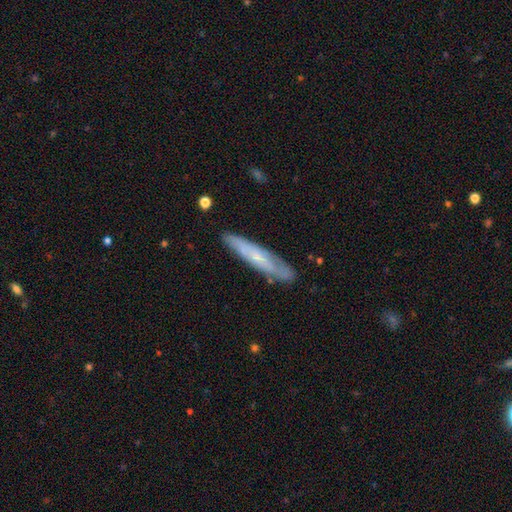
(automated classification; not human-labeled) This is possibly a featured or disk galaxy (52%). It is likely viewed edge-on (63%). Merging: clearly none (83%).